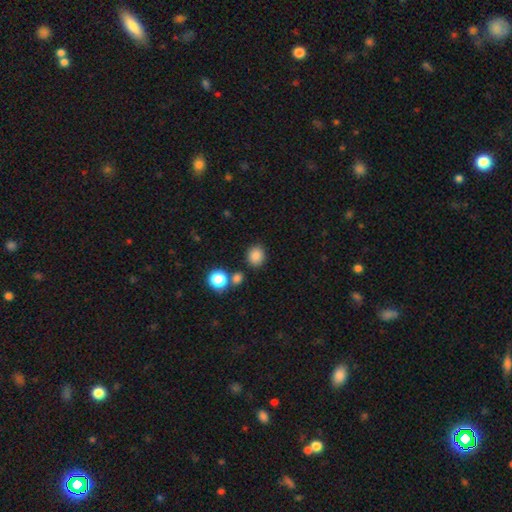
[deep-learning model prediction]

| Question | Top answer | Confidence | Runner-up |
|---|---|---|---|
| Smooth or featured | smooth | 85% | star or artifact (11%) |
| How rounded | round | 70% | in between (29%) |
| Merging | none | 80% | minor disturbance (10%) |